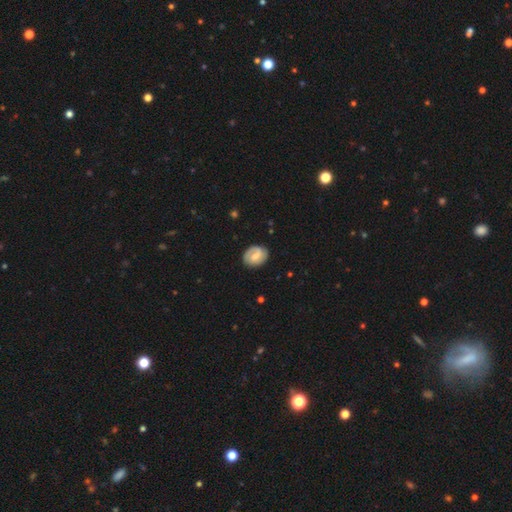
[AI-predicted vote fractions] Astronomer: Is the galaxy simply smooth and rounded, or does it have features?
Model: featured or disk — 59% (runner-up: smooth, 35%).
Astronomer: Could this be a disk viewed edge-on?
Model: no — 97%.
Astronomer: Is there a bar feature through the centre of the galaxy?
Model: weak — 52%.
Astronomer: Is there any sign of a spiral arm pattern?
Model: yes — 82%.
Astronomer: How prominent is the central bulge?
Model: moderate — 47% (runner-up: small, 36%).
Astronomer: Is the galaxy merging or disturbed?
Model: none — 80%.